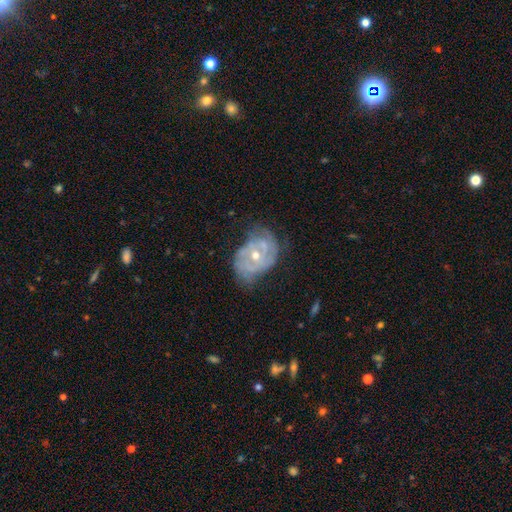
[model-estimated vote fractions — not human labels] The model was most divided on "spiral arm count": can't tell: 42%, 2: 30%, 3: 14%, 4: 5%, 1: 4%, more than 4: 3%. Remaining: edge-on disk — no (96%); smooth or featured — featured or disk (77%); bar — no (76%); spiral arms — yes (74%); bulge size — moderate (58%); spiral winding — tight (56%); merging — none (47%).